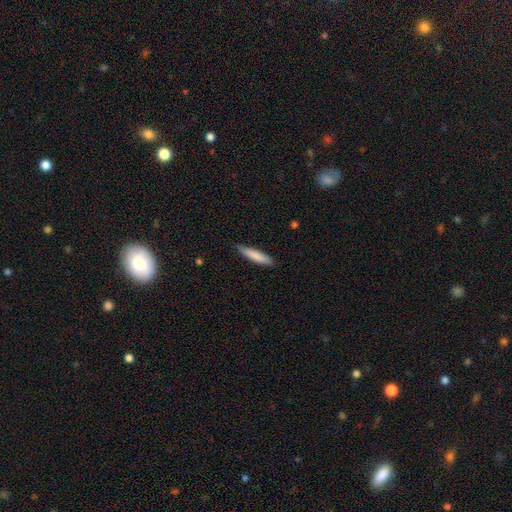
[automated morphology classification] A smooth galaxy with no disk features (81%) that is cigar-shaped (88%). Merging: none (84%).